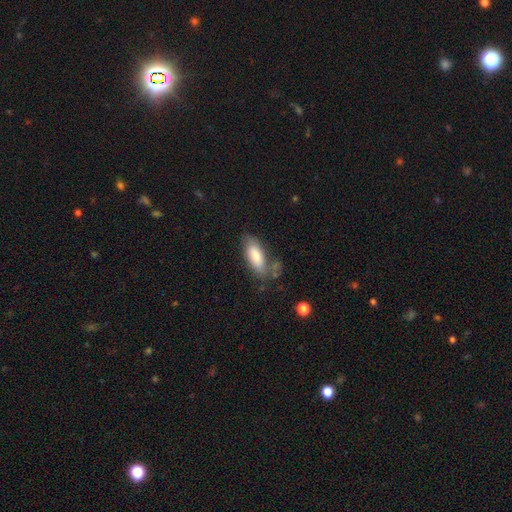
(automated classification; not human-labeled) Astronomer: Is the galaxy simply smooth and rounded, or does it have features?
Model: smooth — 76%.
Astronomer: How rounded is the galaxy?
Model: in between — 77%.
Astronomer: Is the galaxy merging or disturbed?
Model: none — 63%.